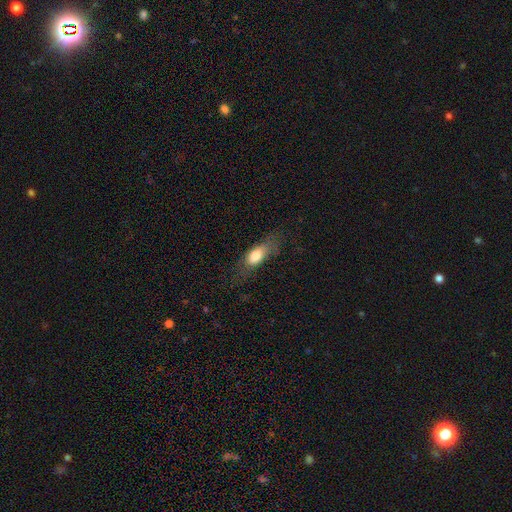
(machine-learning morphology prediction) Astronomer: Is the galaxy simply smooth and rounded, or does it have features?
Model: smooth — 74%.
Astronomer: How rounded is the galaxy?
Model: in between — 77%.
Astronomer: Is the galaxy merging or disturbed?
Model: none — 56%.